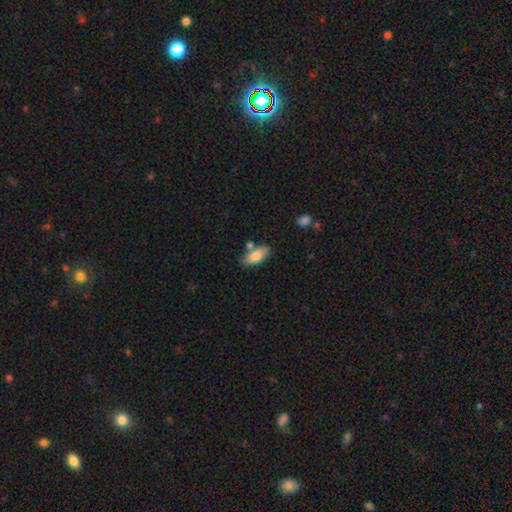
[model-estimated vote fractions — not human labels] smooth-or-featured: smooth: 82% | featured or disk: 12% | star or artifact: 6%
  how-rounded: in between: 85% | cigar-shaped: 12% | round: 3%
  merging: none: 70% | minor disturbance: 15% | merger: 11% | major disturbance: 3%